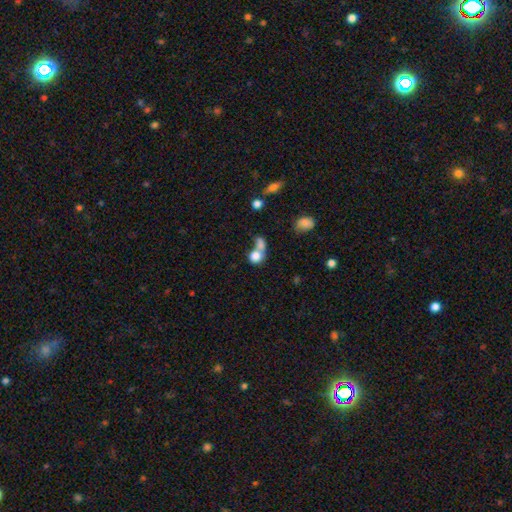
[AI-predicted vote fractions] The model was most divided on "merging": merger: 60%, none: 27%, minor disturbance: 7%, major disturbance: 6%. More confident: smooth or featured — smooth (79%); how rounded — round (70%).